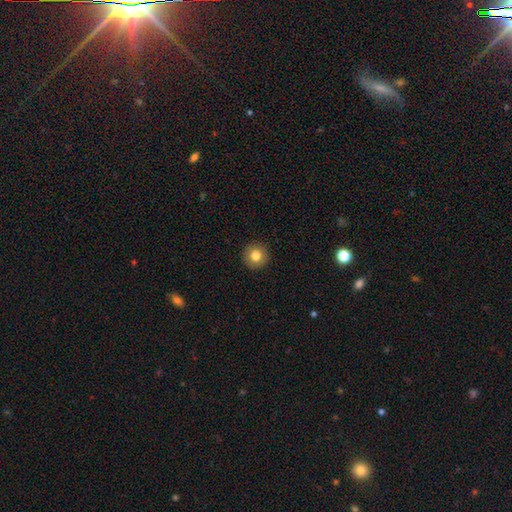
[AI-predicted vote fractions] smooth-or-featured: smooth: 81% | star or artifact: 10% | featured or disk: 9%
  how-rounded: round: 95% | in between: 4% | cigar-shaped: 1%
  merging: none: 93% | minor disturbance: 5% | major disturbance: 2% | merger: 1%